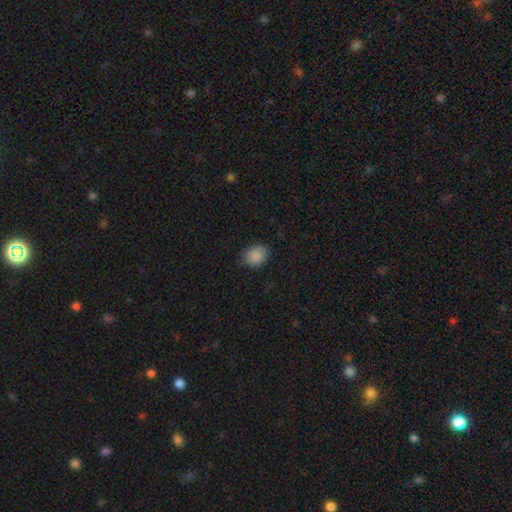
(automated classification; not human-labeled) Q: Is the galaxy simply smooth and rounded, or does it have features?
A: smooth — 87%.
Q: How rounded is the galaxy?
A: round — 50%, tied with in between.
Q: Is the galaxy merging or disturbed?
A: none — 76%.